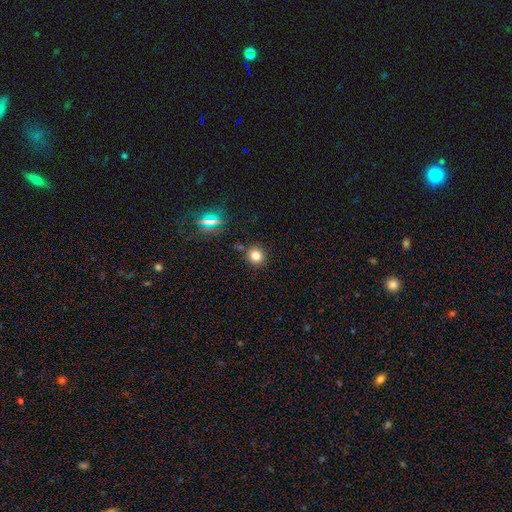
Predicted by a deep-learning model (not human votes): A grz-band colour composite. It shows a smooth galaxy with no disk features (75%) that is round (90%). Merging: none (84%).